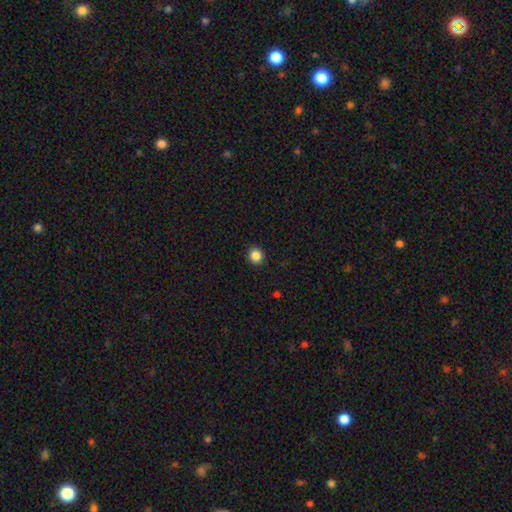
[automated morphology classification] Smooth or featured? Predicted: smooth (p=0.86). How rounded? Predicted: round (p=0.89). Merging? Predicted: none (p=0.92).